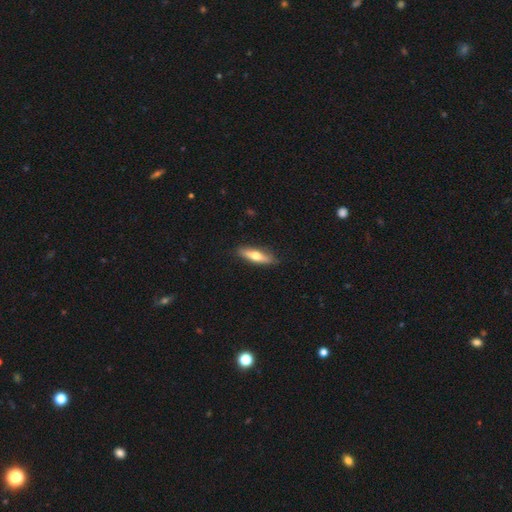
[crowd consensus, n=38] This appears to be a smooth galaxy with no disk features (61%) that is cigar-shaped (57%). Merging: none (74%).